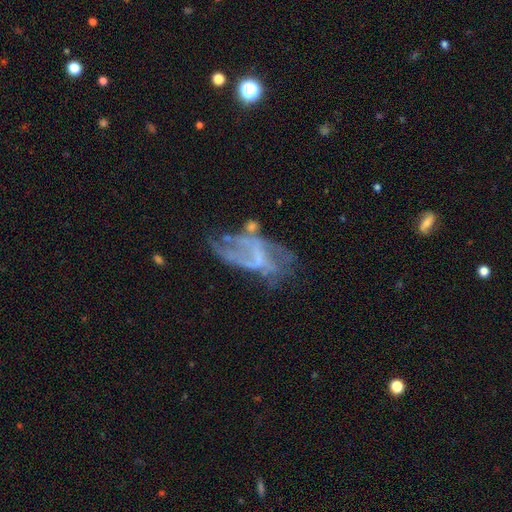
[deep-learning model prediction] Smooth or featured: featured or disk — 70% (smooth — 17%)
Edge-on disk: no — 96% (yes — 4%)
Bar: no — 54% (weak — 32%)
Spiral arms: no — 54% (yes — 46%)
Bulge size: none — 59% (small — 28%)
Merging: major disturbance — 38% (none — 30%)